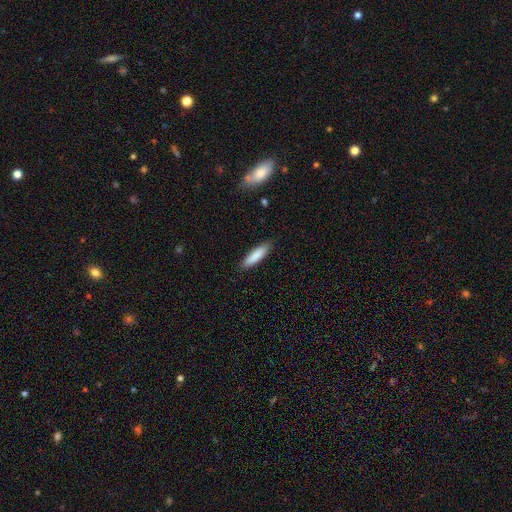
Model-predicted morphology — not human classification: A smooth galaxy with no disk features (86%) that is cigar-shaped (70%). Merging: none (87%).